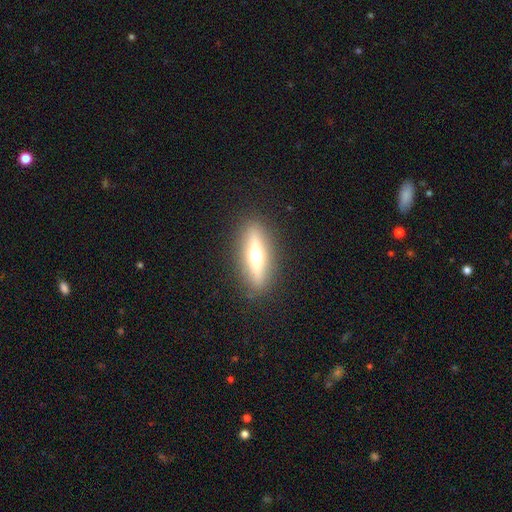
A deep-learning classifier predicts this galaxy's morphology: This appears to be a featured or disk galaxy (59%) viewed edge-on (89%) with a rounded central bulge (95%). Merging: none (89%).